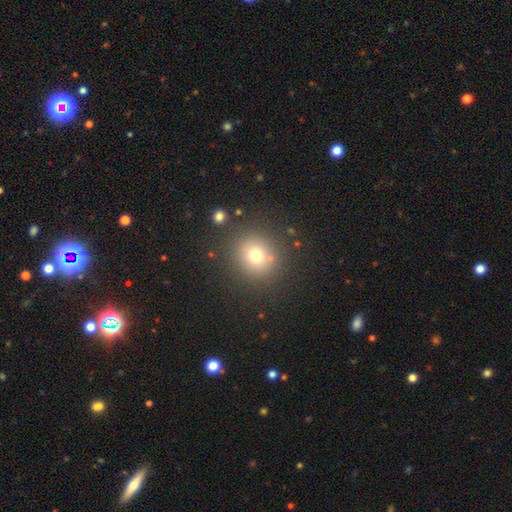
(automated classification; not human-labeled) Morphology: type=smooth (72%); roundness=round (87%); merging=none (83%).